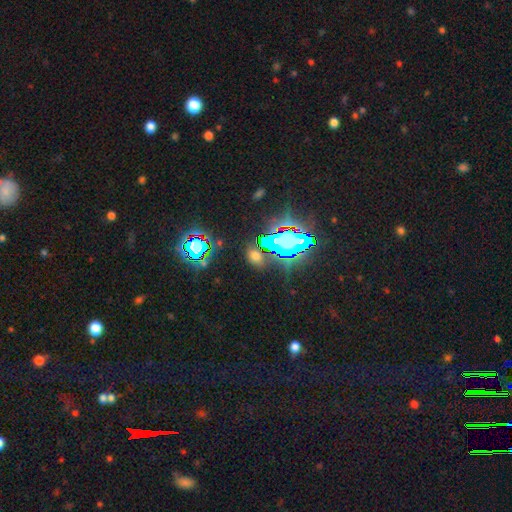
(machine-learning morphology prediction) star or artifact 51%, smooth 38%, featured or disk 11%.